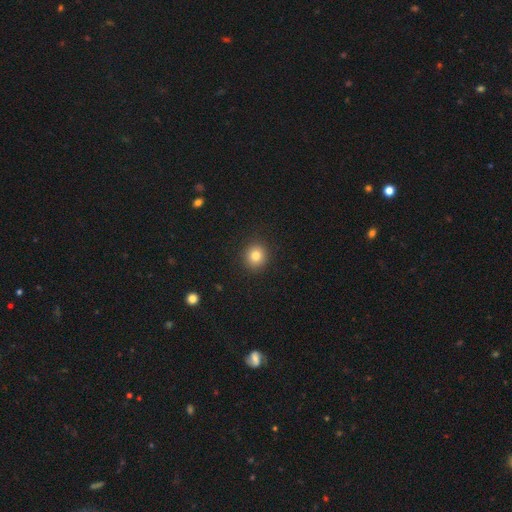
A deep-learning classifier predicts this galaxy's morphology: This appears to be a smooth galaxy with no disk features (81%) that is round (88%). Merging: none (92%).